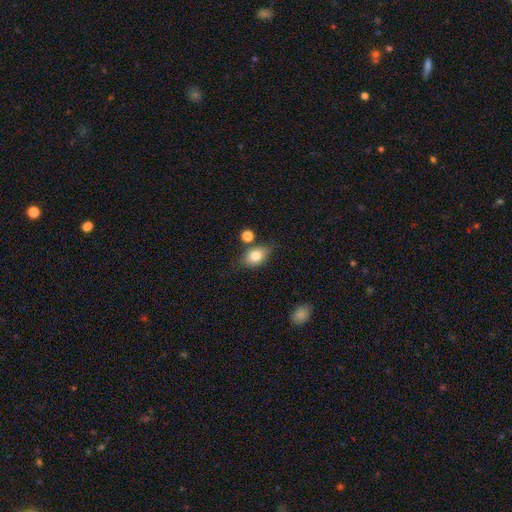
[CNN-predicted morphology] Smooth or featured? Predicted: smooth (p=0.79). How rounded? Predicted: in between (p=0.74). Merging? Predicted: none (p=0.69).